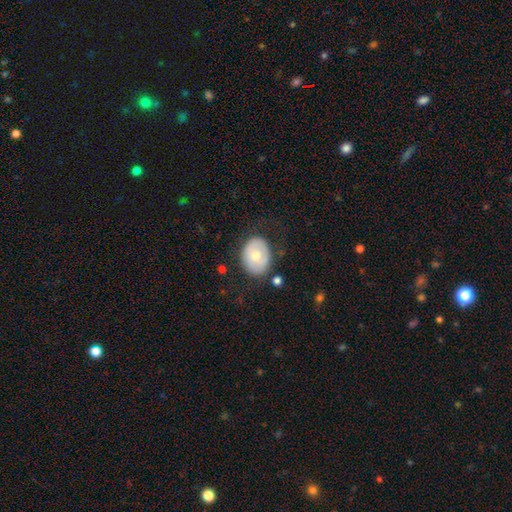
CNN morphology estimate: Smooth or featured? Predicted: smooth (p=0.64). How rounded? Predicted: in between (p=0.59). Merging? Predicted: none (p=0.74).